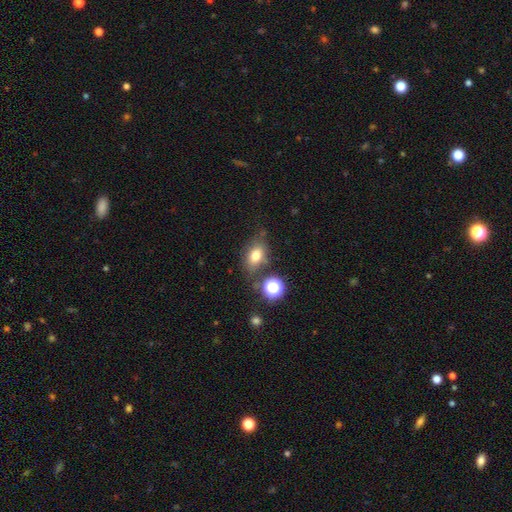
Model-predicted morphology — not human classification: smooth-or-featured: smooth: 75% | star or artifact: 13% | featured or disk: 12%
  how-rounded: in between: 76% | round: 21% | cigar-shaped: 2%
  merging: none: 68% | minor disturbance: 17% | merger: 9% | major disturbance: 6%